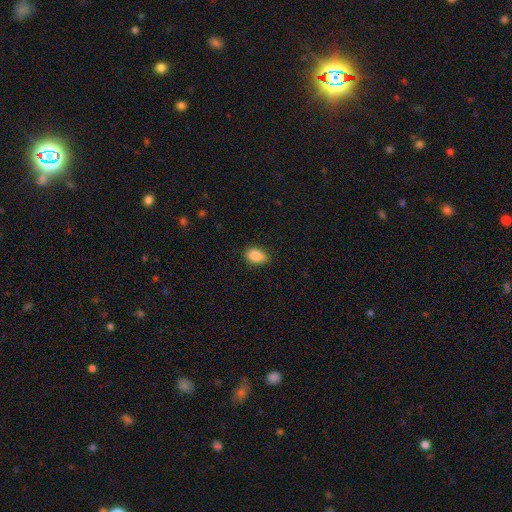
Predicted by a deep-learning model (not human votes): Smooth or featured: smooth — 87% (star or artifact — 8%)
How rounded: in between — 82% (round — 16%)
Merging: none — 79% (minor disturbance — 17%)